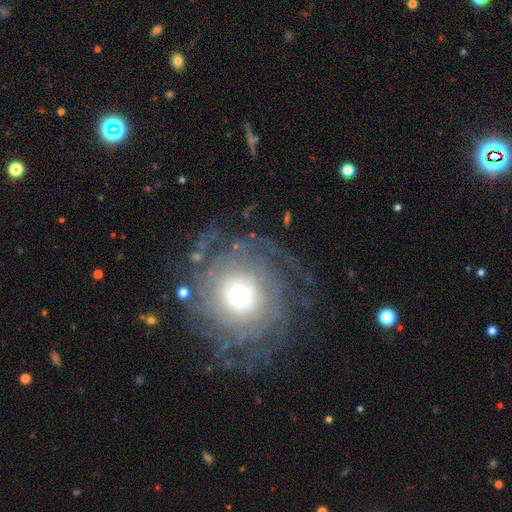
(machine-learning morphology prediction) type=featured or disk (76%); edge-on=no (97%); bar=no (79%); spiral arms=yes (91%); winding=tight (76%); arm count=can't tell (35%); bulge=moderate (56%); merging=none (80%).